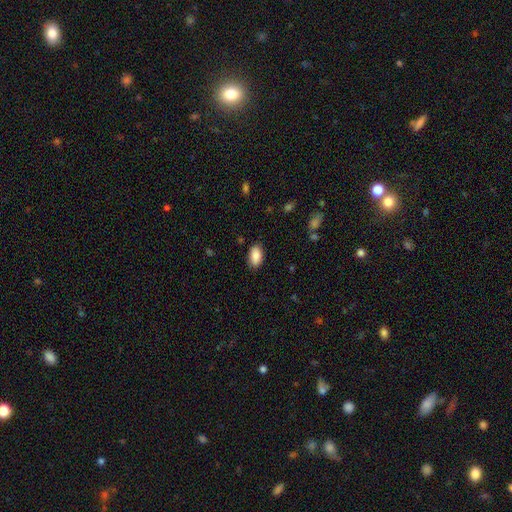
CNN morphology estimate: smooth 86%, star or artifact 7%, featured or disk 7%. Down the decision tree: how rounded — in between (93%); merging — none (85%).